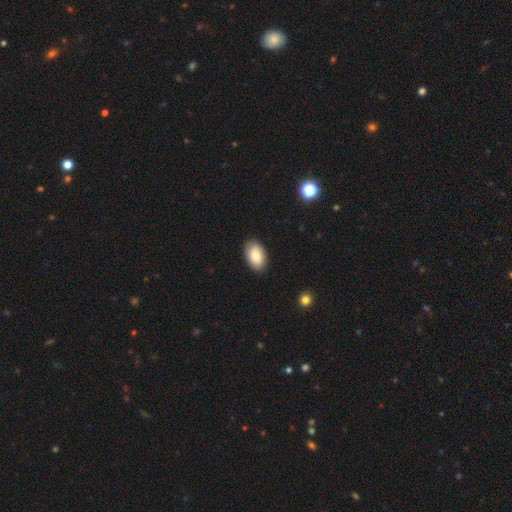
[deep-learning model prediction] A smooth galaxy with no disk features (84%) that is in between round and cigar-shaped (93%).

Vote fractions:
- Smooth or featured? smooth: 84% / featured or disk: 10% / star or artifact: 6%
- How rounded? in between: 93% / round: 5% / cigar-shaped: 1%
- Merging? none: 87% / minor disturbance: 10% / major disturbance: 2% / merger: 1%